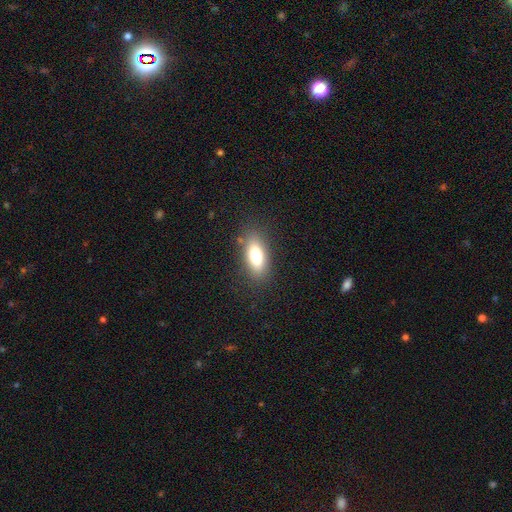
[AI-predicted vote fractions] smooth-or-featured: smooth: 78% | featured or disk: 14% | star or artifact: 8%
  how-rounded: in between: 79% | cigar-shaped: 17% | round: 3%
  merging: none: 84% | minor disturbance: 11% | major disturbance: 4% | merger: 1%